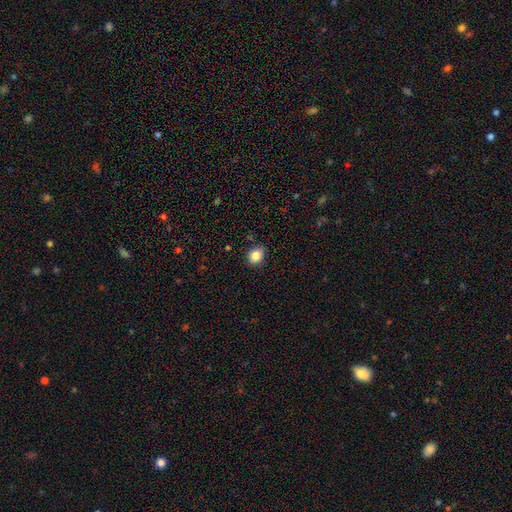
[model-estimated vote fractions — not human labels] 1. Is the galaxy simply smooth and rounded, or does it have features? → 86% smooth, 10% star or artifact, 4% featured or disk.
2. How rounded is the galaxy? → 69% round, 30% in between, 1% cigar-shaped.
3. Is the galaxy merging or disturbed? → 83% none, 13% minor disturbance, 3% major disturbance, 1% merger.